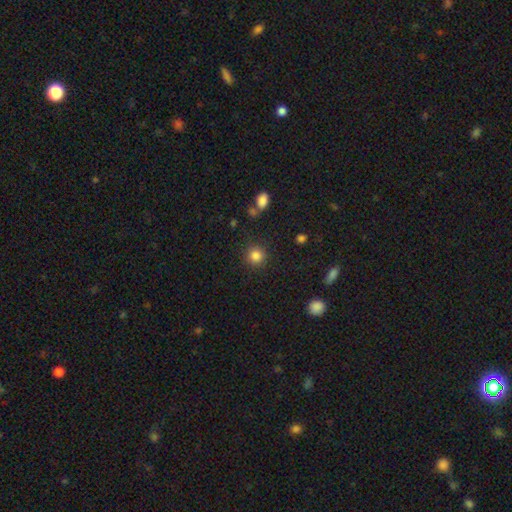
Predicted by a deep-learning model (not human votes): The model was most divided on "smooth or featured": smooth: 84%, star or artifact: 11%, featured or disk: 5%. More confident: how rounded — round (93%); merging — none (88%).